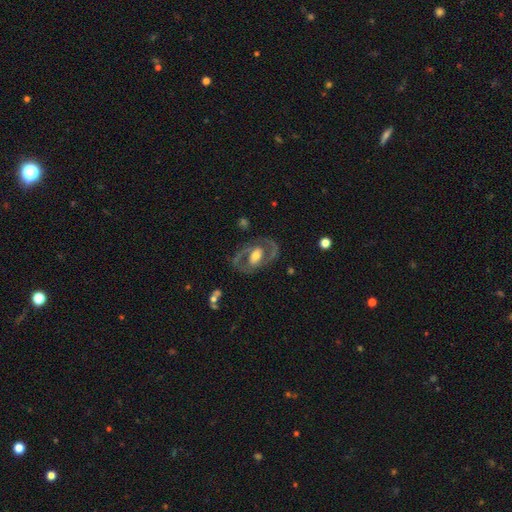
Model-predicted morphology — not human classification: featured or disk 78%, smooth 16%, star or artifact 5%. Down the decision tree: edge-on disk — no (95%); bar — no (42%); spiral arms — yes (74%); spiral arm count — 2 (85%); spiral winding — medium (53%); bulge size — moderate (61%); merging — none (75%).